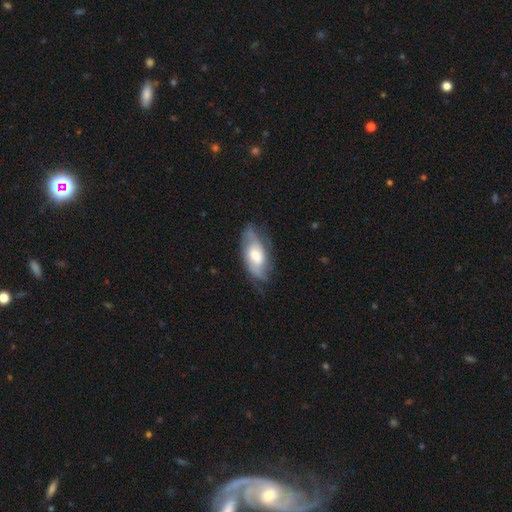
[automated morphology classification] Smooth or featured?
  - smooth: 50% *
  - featured or disk: 44%
  - star or artifact: 6%
Merging?
  - none: 58% *
  - minor disturbance: 30%
  - major disturbance: 11%
  - merger: 2%